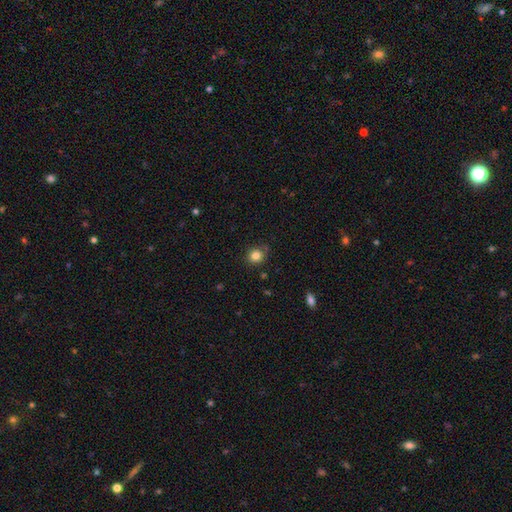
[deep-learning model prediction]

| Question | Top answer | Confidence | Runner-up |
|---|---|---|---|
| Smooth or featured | smooth | 84% | star or artifact (12%) |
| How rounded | round | 83% | in between (16%) |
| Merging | none | 81% | minor disturbance (14%) |